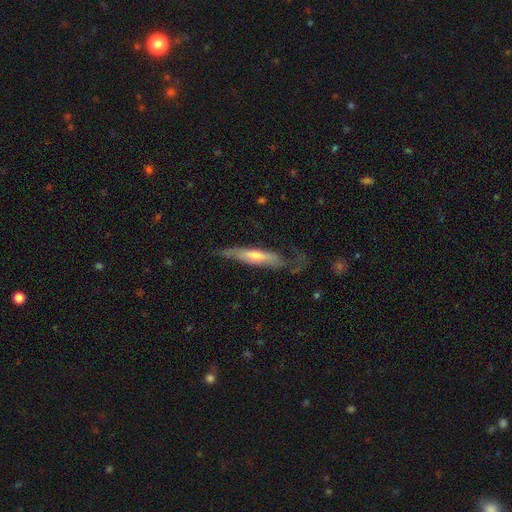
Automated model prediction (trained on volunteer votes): Smooth or featured? Predicted: featured or disk (p=0.62). Edge-on disk? Predicted: yes (p=0.65). Merging? Predicted: none (p=0.54).